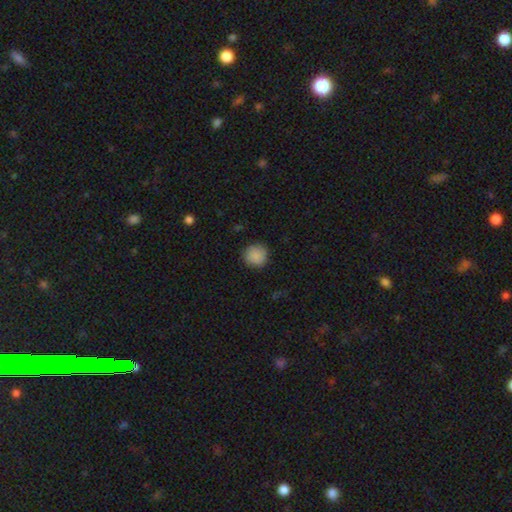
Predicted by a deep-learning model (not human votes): Q: Smooth or featured?
A: smooth (88%); runner-up: star or artifact (8%)
Q: How rounded?
A: round (93%); runner-up: in between (6%)
Q: Merging?
A: none (86%); runner-up: minor disturbance (10%)